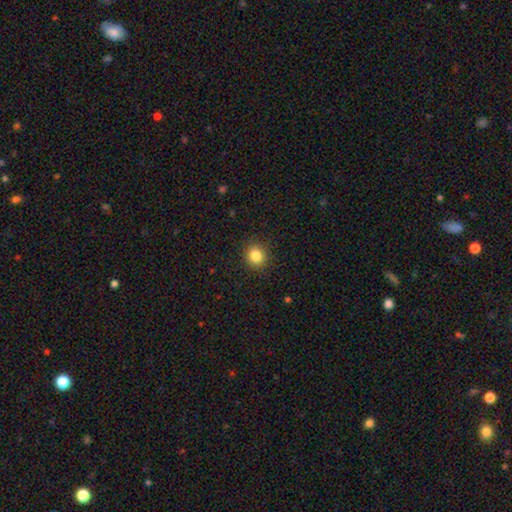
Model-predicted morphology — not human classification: This is clearly a smooth galaxy (84%). How rounded: clearly round (83%). Merging: clearly none (90%).